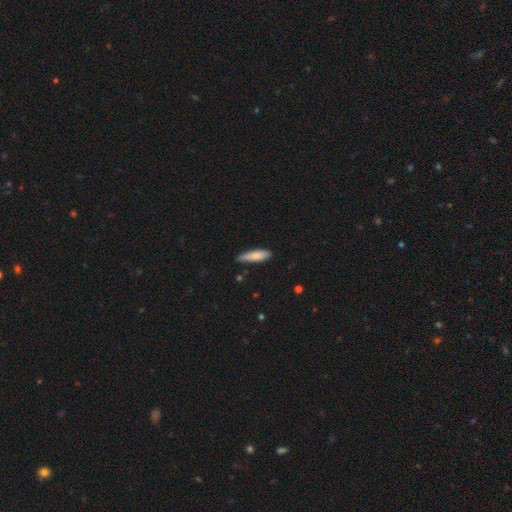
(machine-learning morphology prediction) A smooth galaxy with no disk features (78%) that is cigar-shaped (67%). Merging: none (69%).